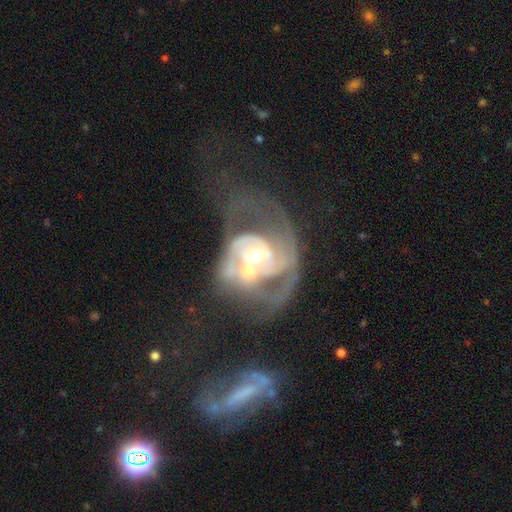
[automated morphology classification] Smooth or featured? Predicted: featured or disk (p=0.82). Edge-on disk? Predicted: no (p=0.97). Bar? Predicted: no (p=0.63). Spiral arms? Predicted: yes (p=0.83). Spiral winding? Predicted: medium (p=0.42). Spiral arm count? Predicted: 2 (p=0.45). Bulge size? Predicted: moderate (p=0.58). Merging? Predicted: merger (p=0.50).